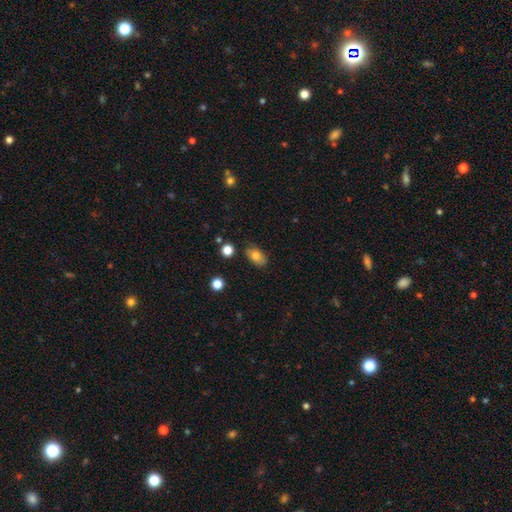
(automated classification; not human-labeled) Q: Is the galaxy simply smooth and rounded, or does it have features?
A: smooth — 79%.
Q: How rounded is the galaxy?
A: in between — 88%.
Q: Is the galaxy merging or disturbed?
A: none — 80%.